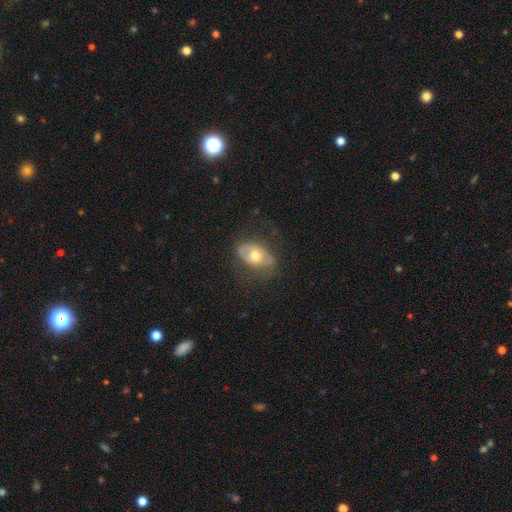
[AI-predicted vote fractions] Smooth or featured? smooth (51%)
How rounded? in between (86%)
Merging? none (70%)